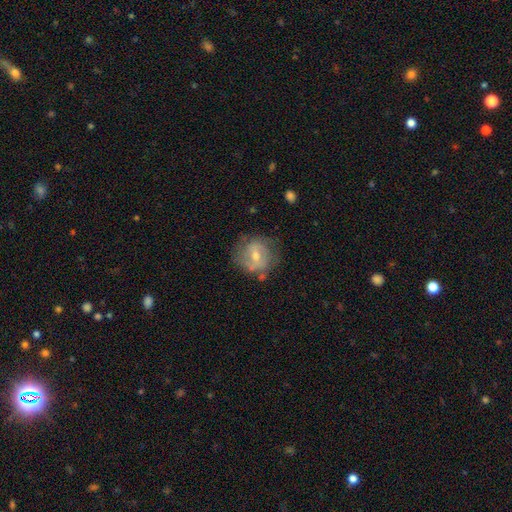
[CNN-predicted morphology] Smooth or featured: featured or disk — 64% (smooth — 27%)
Edge-on disk: no — 96% (yes — 4%)
Bar: weak — 49% (no — 33%)
Spiral arms: yes — 70% (no — 30%)
Bulge size: moderate — 52% (small — 44%)
Merging: none — 69% (minor disturbance — 20%)